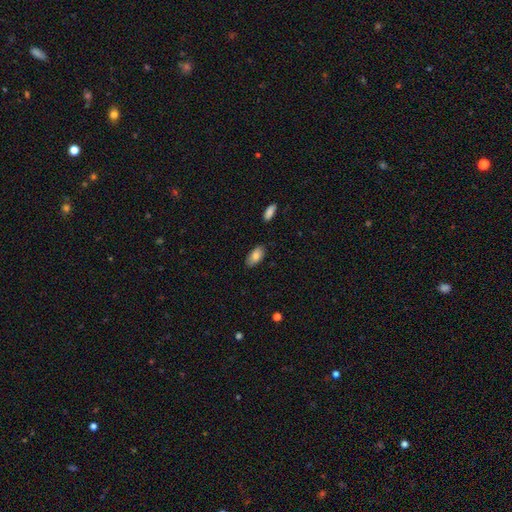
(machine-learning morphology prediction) Overall: smooth (79%). How rounded: in between (93%). Merging: none (84%).